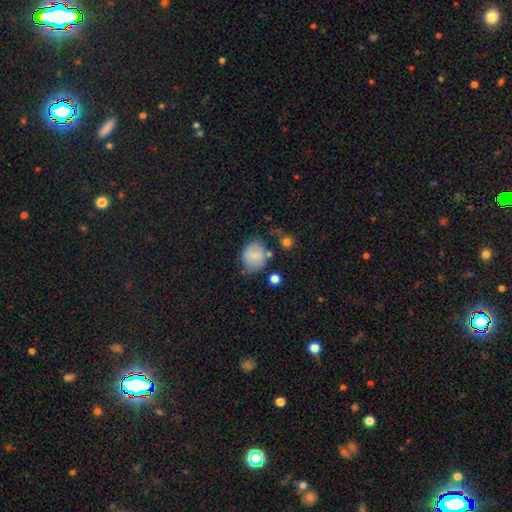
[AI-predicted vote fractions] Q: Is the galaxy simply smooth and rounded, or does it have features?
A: smooth — 81%.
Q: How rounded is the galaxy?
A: round — 65%.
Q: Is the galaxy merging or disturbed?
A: none — 63%.